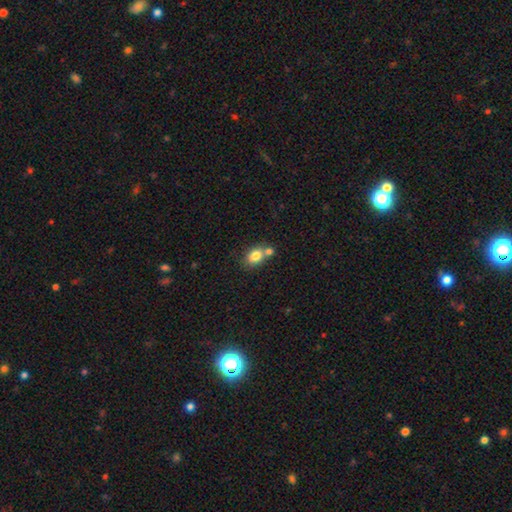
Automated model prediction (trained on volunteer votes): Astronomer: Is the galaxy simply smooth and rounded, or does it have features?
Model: smooth — 80%.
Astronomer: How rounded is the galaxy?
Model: in between — 66%.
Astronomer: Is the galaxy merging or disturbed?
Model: none — 49% (runner-up: merger, 36%).